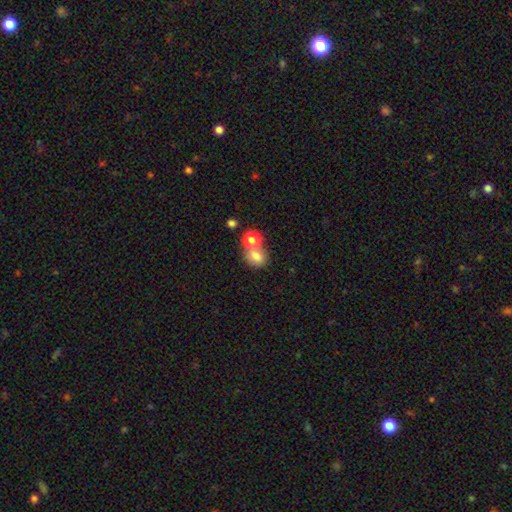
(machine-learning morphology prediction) The model was most divided on "merging": merger: 44%, none: 42%, minor disturbance: 9%, major disturbance: 5%. More confident: smooth or featured — smooth (77%); how rounded — round (54%).